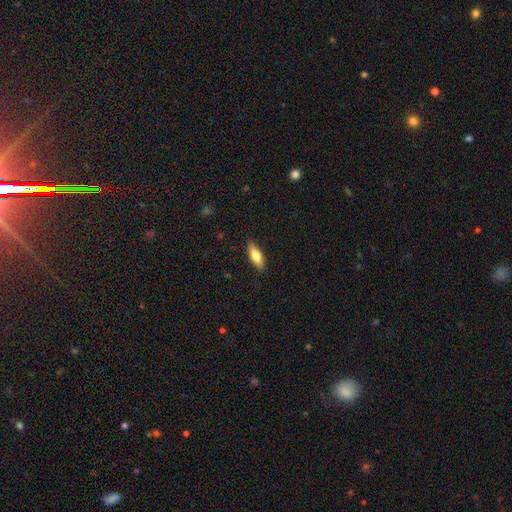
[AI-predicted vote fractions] This is likely a smooth galaxy (71%). How rounded: possibly in between (59%). Merging: clearly none (87%).